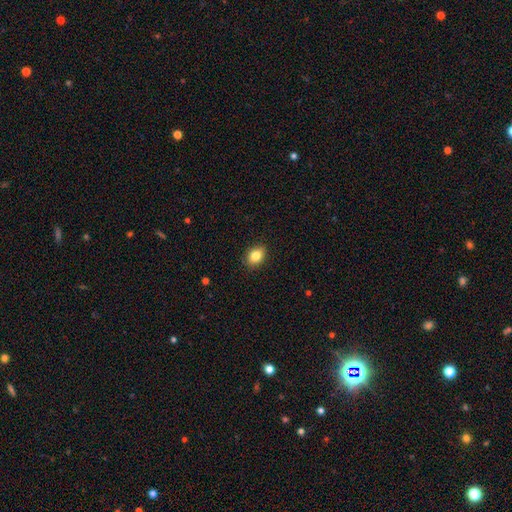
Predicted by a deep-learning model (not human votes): The model was most divided on "how rounded": in between: 63%, round: 36%, cigar-shaped: 1%. More confident: merging — none (89%); smooth or featured — smooth (83%).